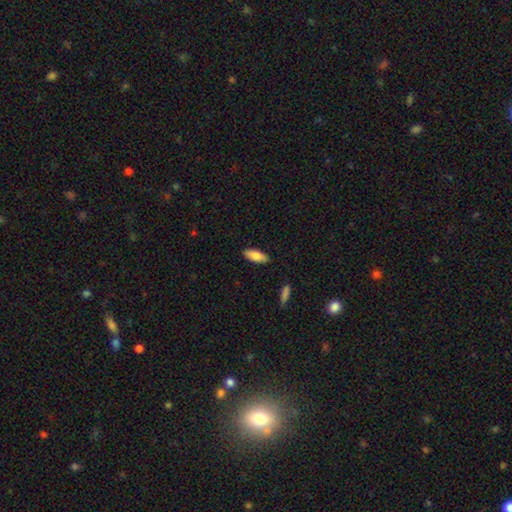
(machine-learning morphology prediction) Overall: smooth (81%). How rounded: in between (77%). Merging: none (88%).